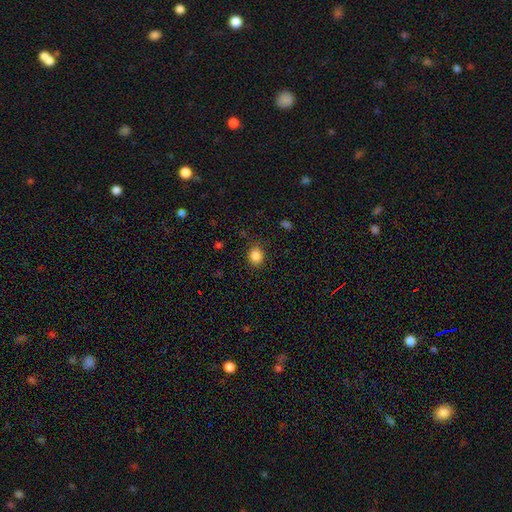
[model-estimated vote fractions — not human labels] This is clearly a smooth galaxy (85%). How rounded: likely round (73%). Merging: clearly none (87%).